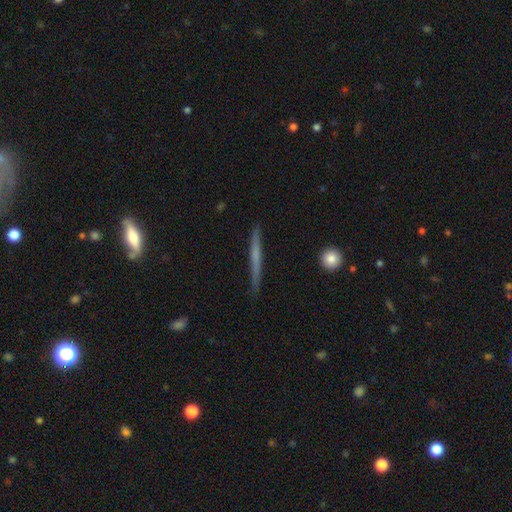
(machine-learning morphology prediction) Overall: featured or disk (52%; smooth 41%). Edge-on disk: yes (96%). Merging: none (85%).